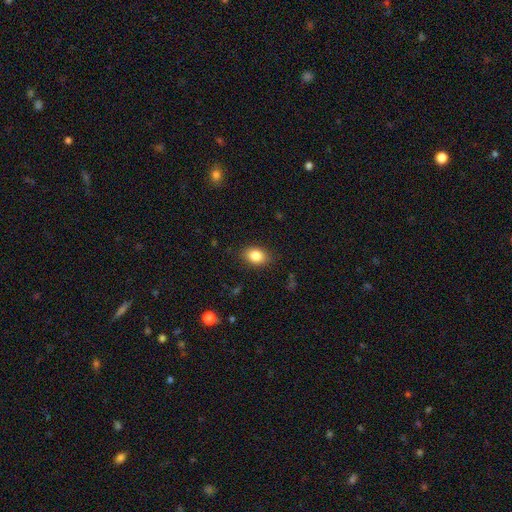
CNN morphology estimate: A smooth galaxy with no disk features (84%) that is in between round and cigar-shaped (72%).

Vote fractions:
- Smooth or featured? smooth: 84% / star or artifact: 9% / featured or disk: 7%
- How rounded? in between: 72% / round: 26% / cigar-shaped: 1%
- Merging? none: 84% / minor disturbance: 12% / major disturbance: 3% / merger: 1%